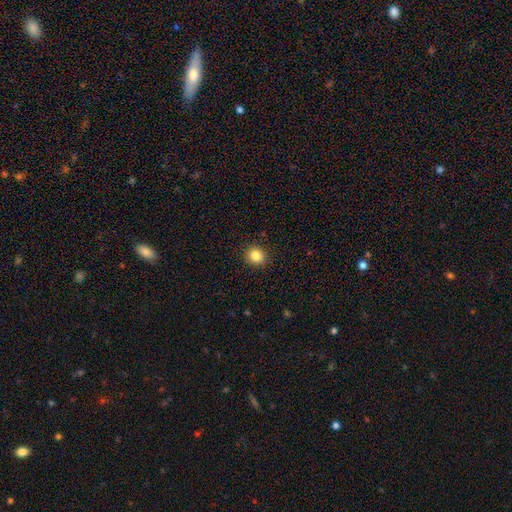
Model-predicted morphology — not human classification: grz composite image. It shows a smooth galaxy with no disk features (84%) that is round (81%). Merging: none (90%).